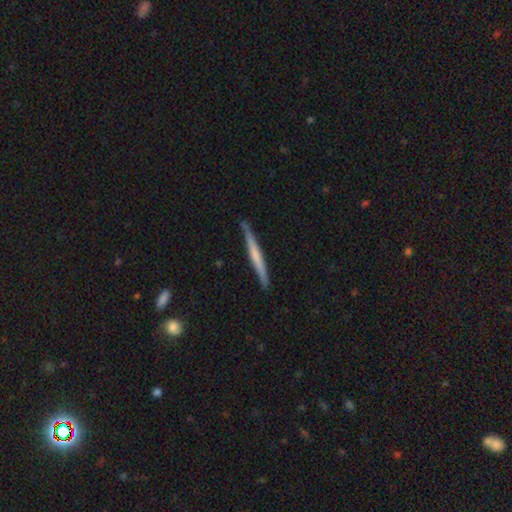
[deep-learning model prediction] Smooth or featured: featured or disk — 50% (smooth — 45%)
Merging: none — 87% (minor disturbance — 10%)